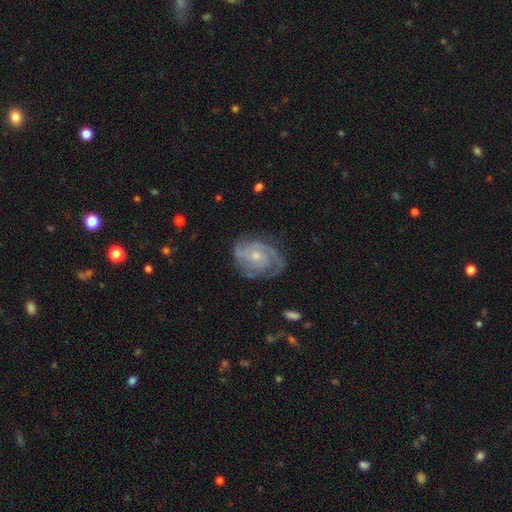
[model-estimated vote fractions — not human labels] Q: Smooth or featured?
A: featured or disk (85%); runner-up: smooth (10%)
Q: Edge-on disk?
A: no (97%); runner-up: yes (3%)
Q: Bar?
A: no (72%); runner-up: weak (24%)
Q: Spiral arms?
A: yes (96%); runner-up: no (4%)
Q: Spiral winding?
A: tight (61%); runner-up: medium (31%)
Q: Spiral arm count?
A: 2 (39%); runner-up: 3 (26%)
Q: Bulge size?
A: small (55%); runner-up: moderate (40%)
Q: Merging?
A: none (71%); runner-up: minor disturbance (20%)